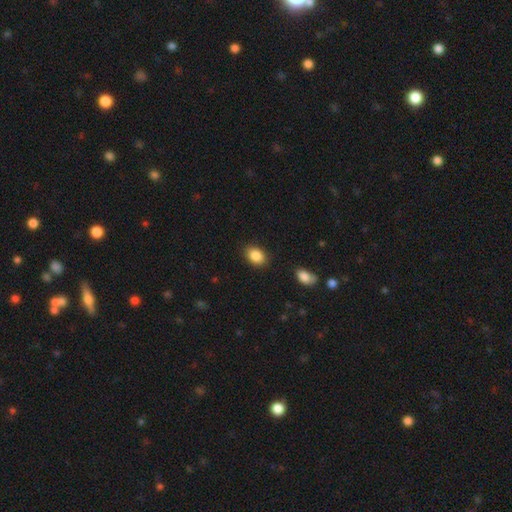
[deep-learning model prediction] Smooth or featured? smooth (88%)
How rounded? in between (72%)
Merging? none (87%)